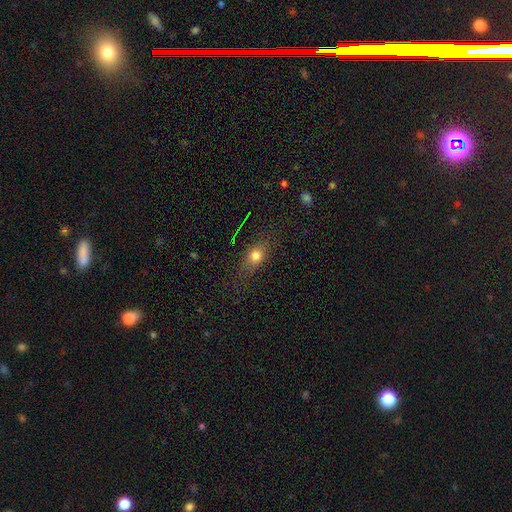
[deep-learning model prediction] This is likely a smooth galaxy (71%). How rounded: possibly in between (56%). Merging: likely none (76%).